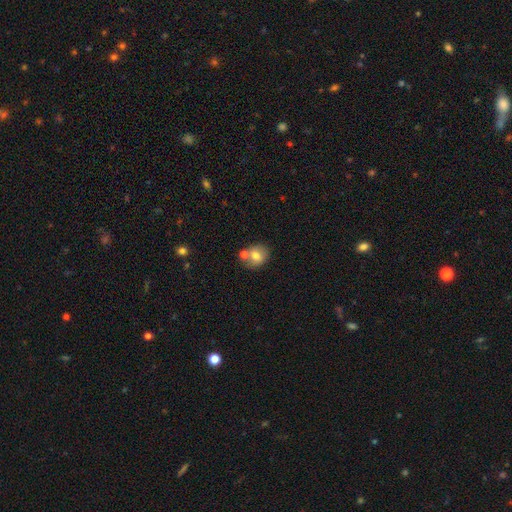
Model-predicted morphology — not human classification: A smooth galaxy with no disk features (71%) that is round (63%).

Vote fractions:
- Smooth or featured? smooth: 71% / featured or disk: 20% / star or artifact: 9%
- How rounded? round: 63% / in between: 36% / cigar-shaped: 1%
- Merging? none: 59% / merger: 26% / minor disturbance: 12% / major disturbance: 3%